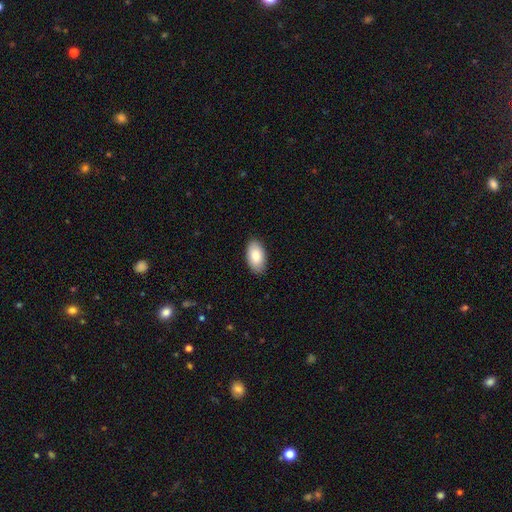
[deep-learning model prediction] smooth_or_featured: smooth (p=0.85) [alt: featured or disk p=0.09]
how_rounded: in between (p=0.95) [alt: round p=0.03]
merging: none (p=0.88) [alt: minor disturbance p=0.09]